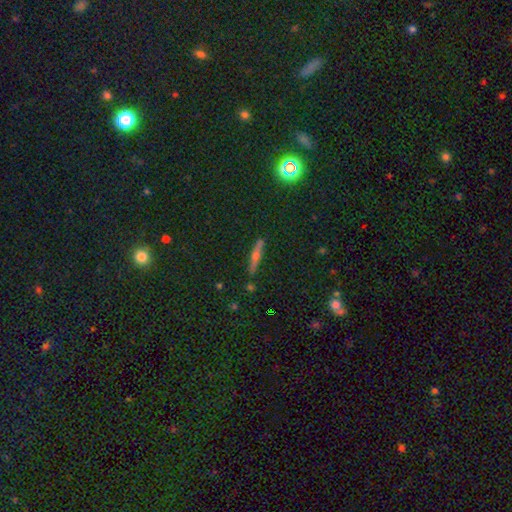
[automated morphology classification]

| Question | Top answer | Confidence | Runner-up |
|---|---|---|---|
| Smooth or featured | featured or disk | 56% | smooth (27%) |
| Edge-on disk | yes | 93% | no (7%) |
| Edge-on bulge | rounded | 86% | none (9%) |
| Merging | none | 87% | minor disturbance (9%) |